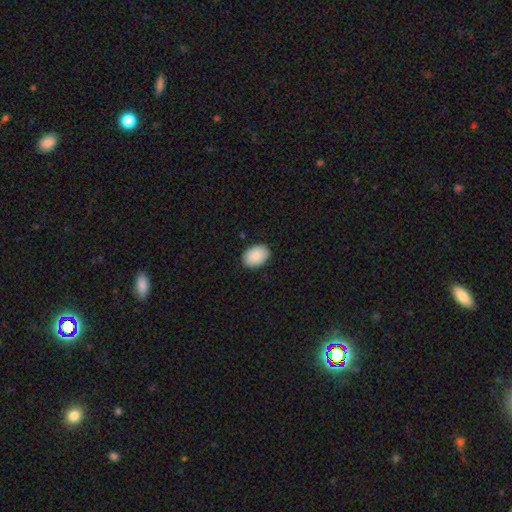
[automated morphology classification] A smooth galaxy with no disk features (90%) that is in between round and cigar-shaped (83%).

Vote fractions:
- Smooth or featured? smooth: 90% / star or artifact: 6% / featured or disk: 4%
- How rounded? in between: 83% / round: 16% / cigar-shaped: 1%
- Merging? none: 89% / minor disturbance: 8% / major disturbance: 2% / merger: 1%